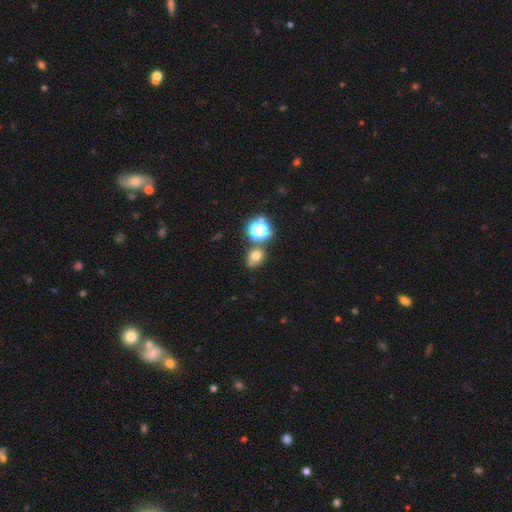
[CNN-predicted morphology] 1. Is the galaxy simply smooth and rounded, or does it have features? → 66% smooth, 22% star or artifact, 12% featured or disk.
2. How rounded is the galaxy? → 56% round, 43% in between, 1% cigar-shaped.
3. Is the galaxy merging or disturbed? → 57% none, 18% minor disturbance, 18% merger, 7% major disturbance.